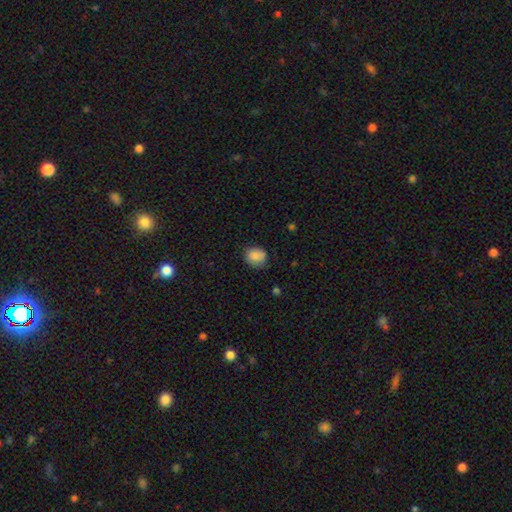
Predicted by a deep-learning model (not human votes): A smooth galaxy with no disk features (84%) that is round (70%). Merging: none (71%).